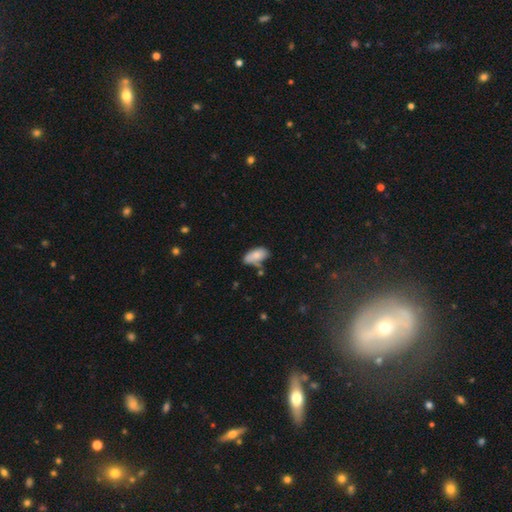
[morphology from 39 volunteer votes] type=smooth (79%); roundness=in between (94%); merging=minor disturbance (54%).